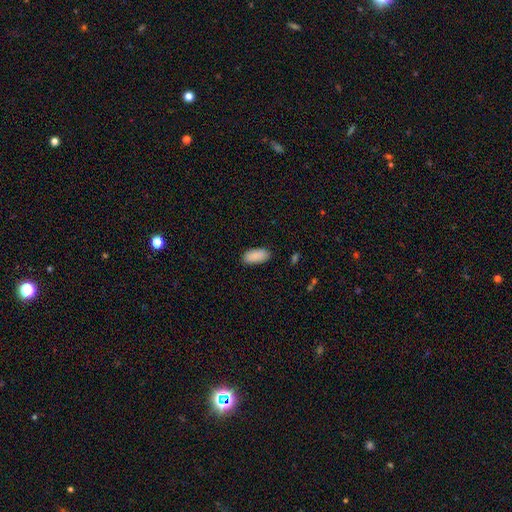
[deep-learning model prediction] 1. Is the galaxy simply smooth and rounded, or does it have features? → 90% smooth, 6% star or artifact, 3% featured or disk.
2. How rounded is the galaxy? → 90% in between, 8% cigar-shaped, 2% round.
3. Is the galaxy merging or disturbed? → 86% none, 10% minor disturbance, 2% major disturbance, 1% merger.